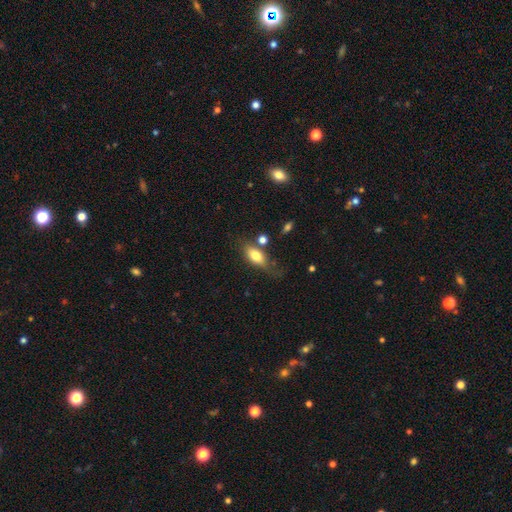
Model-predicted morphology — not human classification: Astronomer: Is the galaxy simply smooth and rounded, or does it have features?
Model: smooth — 75%.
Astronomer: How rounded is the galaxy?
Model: in between — 83%.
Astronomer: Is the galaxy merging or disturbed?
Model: none — 56%.